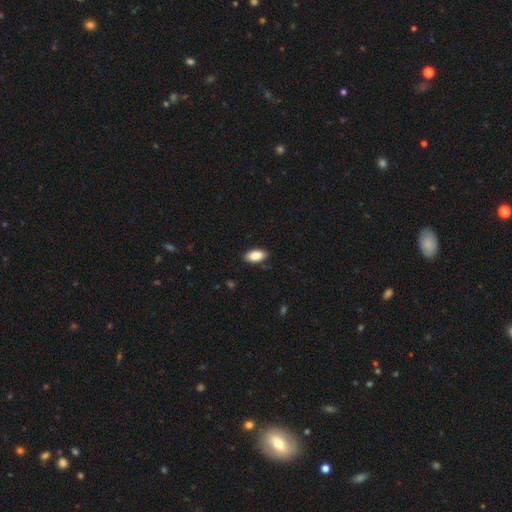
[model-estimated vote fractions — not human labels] Smooth or featured? Predicted: smooth (p=0.86). How rounded? Predicted: in between (p=0.93). Merging? Predicted: none (p=0.86).